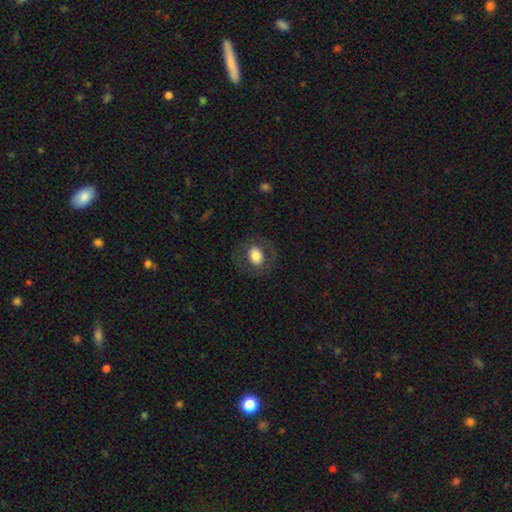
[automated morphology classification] The model was most divided on "how rounded": round: 54%, in between: 45%, cigar-shaped: 1%. More confident: merging — none (81%); smooth or featured — smooth (73%).